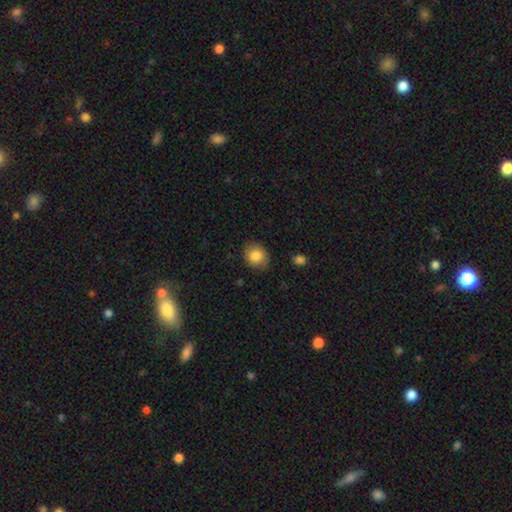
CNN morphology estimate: smooth_or_featured: smooth (p=0.84) [alt: star or artifact p=0.08]
how_rounded: round (p=0.63) [alt: in between p=0.36]
merging: none (p=0.84) [alt: minor disturbance p=0.12]